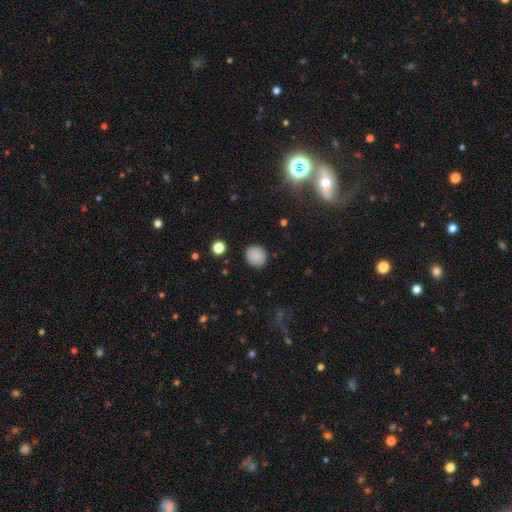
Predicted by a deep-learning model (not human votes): Smooth or featured? Predicted: smooth (p=0.86). How rounded? Predicted: round (p=0.86). Merging? Predicted: none (p=0.88).